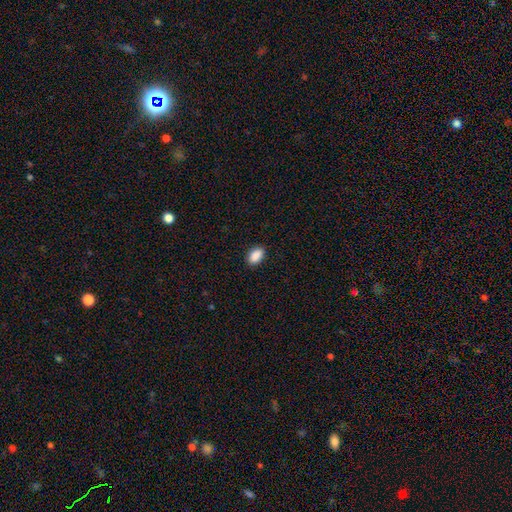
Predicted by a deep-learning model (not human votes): Q: Smooth or featured?
A: smooth (90%); runner-up: star or artifact (7%)
Q: How rounded?
A: in between (91%); runner-up: round (7%)
Q: Merging?
A: none (89%); runner-up: minor disturbance (8%)